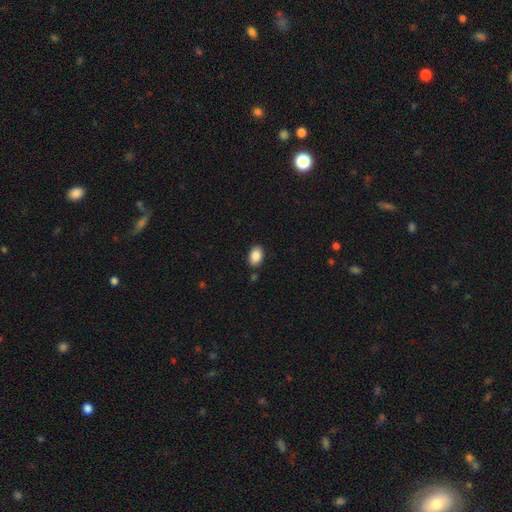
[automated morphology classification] This appears to be a smooth galaxy with no disk features (88%) that is in between round and cigar-shaped (87%). Merging: none (86%).